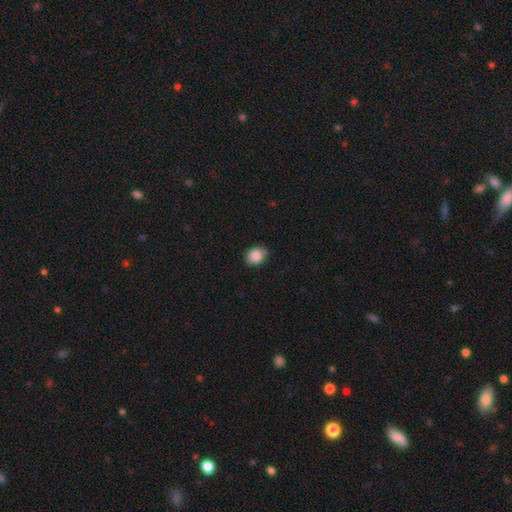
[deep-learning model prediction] A smooth galaxy with no disk features (87%) that is in between round and cigar-shaped (56%).

Vote fractions:
- Smooth or featured? smooth: 87% / star or artifact: 8% / featured or disk: 5%
- How rounded? in between: 56% / round: 44% / cigar-shaped: 1%
- Merging? none: 82% / minor disturbance: 14% / major disturbance: 2% / merger: 1%